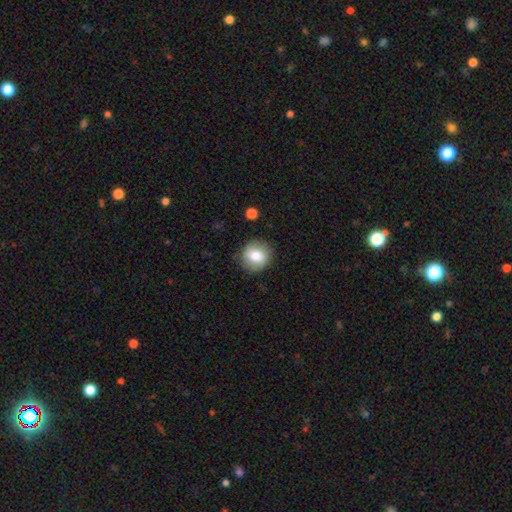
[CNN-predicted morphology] smooth-or-featured: smooth: 79% | featured or disk: 13% | star or artifact: 8%
  how-rounded: round: 88% | in between: 11% | cigar-shaped: 1%
  merging: none: 85% | minor disturbance: 10% | major disturbance: 3% | merger: 1%